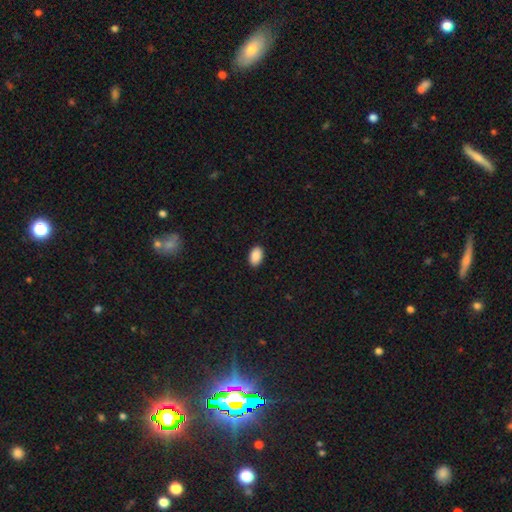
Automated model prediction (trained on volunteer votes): Smooth or featured: smooth — 90% (star or artifact — 7%)
How rounded: in between — 91% (round — 8%)
Merging: none — 90% (minor disturbance — 8%)